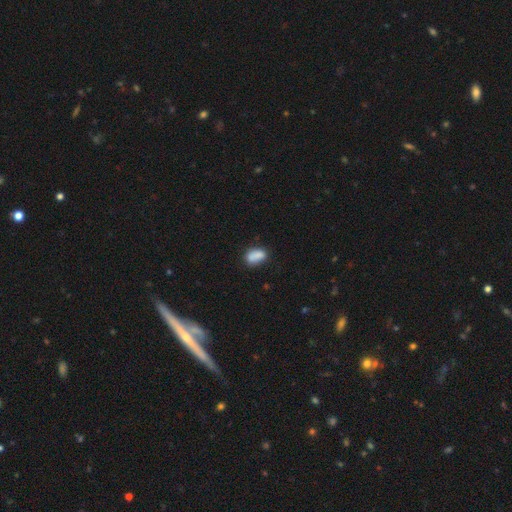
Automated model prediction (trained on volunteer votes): smooth-or-featured: smooth: 83% | star or artifact: 9% | featured or disk: 8%
  how-rounded: in between: 84% | round: 13% | cigar-shaped: 3%
  merging: none: 57% | minor disturbance: 24% | merger: 12% | major disturbance: 7%